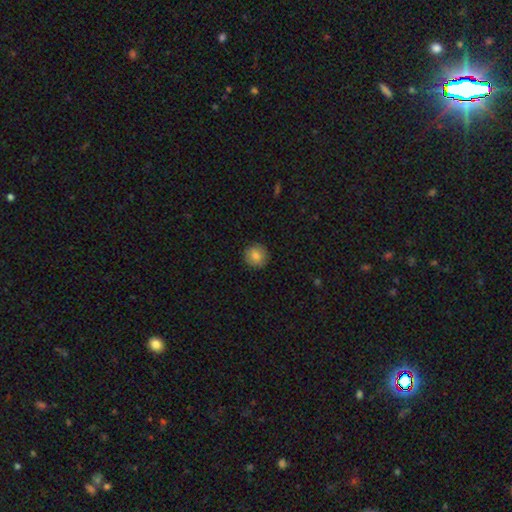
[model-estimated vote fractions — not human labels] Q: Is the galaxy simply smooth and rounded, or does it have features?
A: smooth — 83%.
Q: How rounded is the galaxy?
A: round — 94%.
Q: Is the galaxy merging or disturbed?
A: none — 91%.